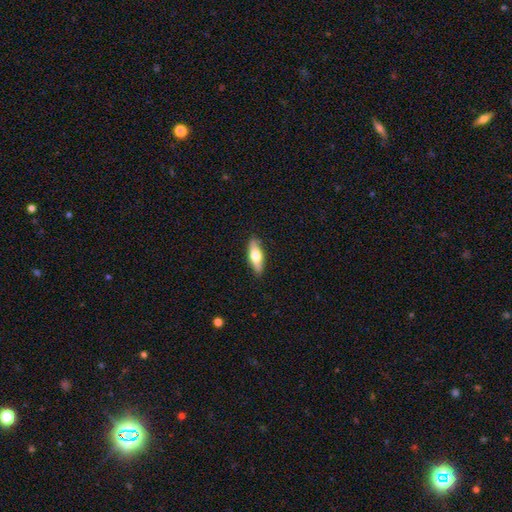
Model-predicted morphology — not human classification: Smooth or featured? Predicted: smooth (p=0.60). How rounded? Predicted: in between (p=0.58). Merging? Predicted: none (p=0.86).